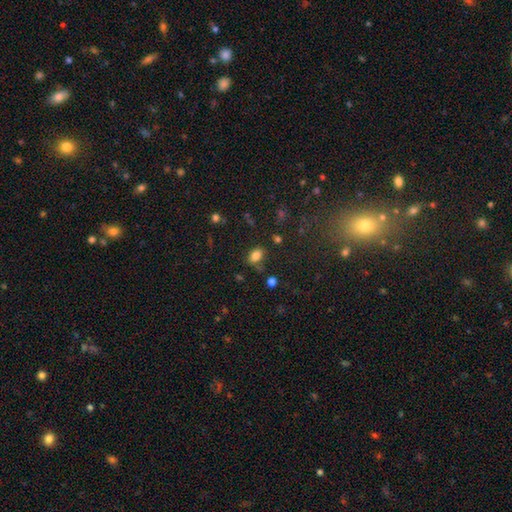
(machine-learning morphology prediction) Smooth or featured?
  - smooth: 81% *
  - star or artifact: 12%
  - featured or disk: 6%
How rounded?
  - in between: 85% *
  - round: 13%
  - cigar-shaped: 2%
Merging?
  - none: 72% *
  - minor disturbance: 17%
  - merger: 6%
  - major disturbance: 5%